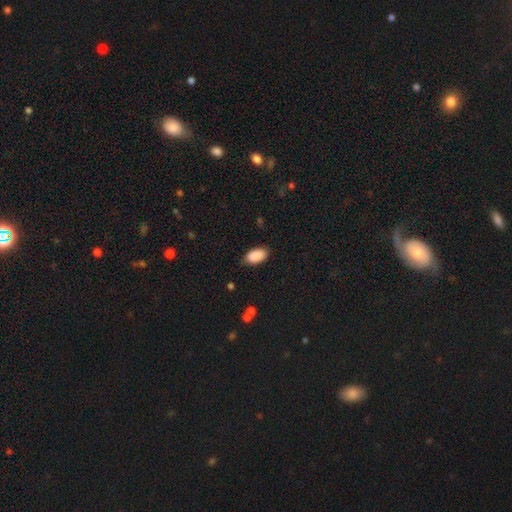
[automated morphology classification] This appears to be a smooth galaxy with no disk features (90%) that is in between round and cigar-shaped (94%). Merging: none (81%).